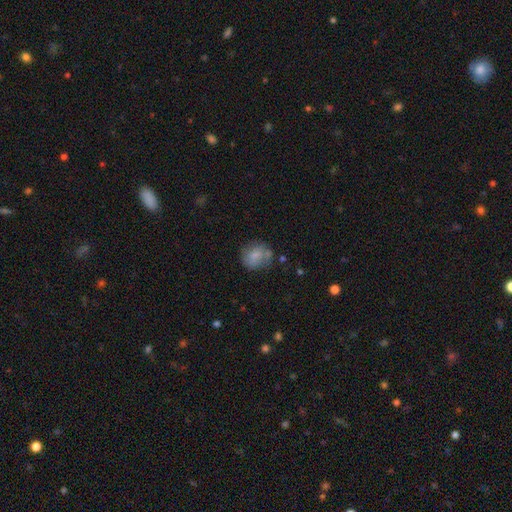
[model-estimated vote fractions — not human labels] Smooth or featured? smooth (70%)
How rounded? round (74%)
Merging? none (61%)